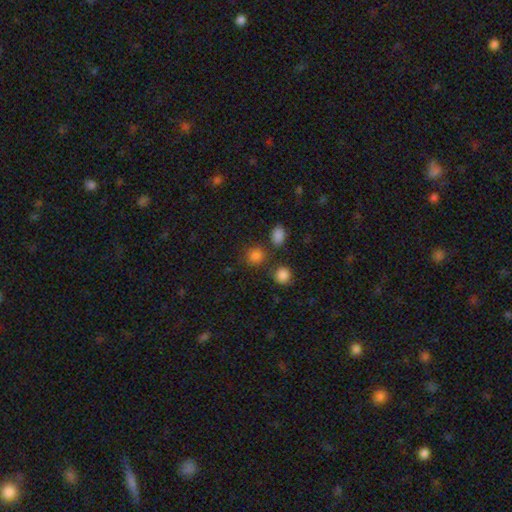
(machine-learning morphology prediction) This appears to be a smooth galaxy with no disk features (80%) that is round (78%). Merging: none (73%).